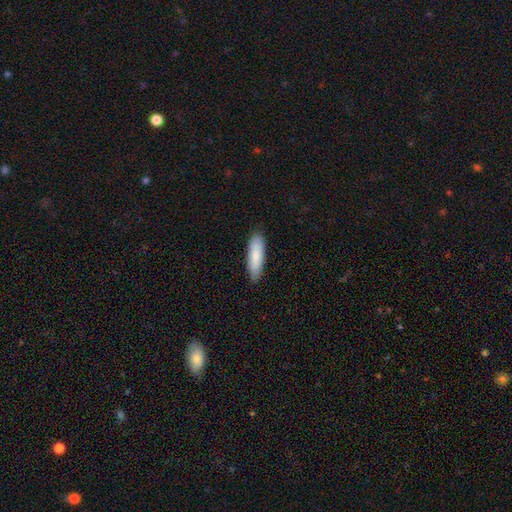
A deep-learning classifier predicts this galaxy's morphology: Overall: smooth (83%). How rounded: cigar-shaped (56%; in between 42%). Merging: none (87%).